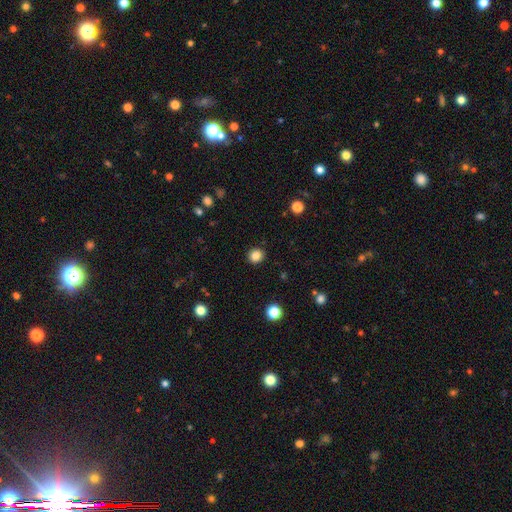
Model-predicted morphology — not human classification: smooth 85%, star or artifact 11%, featured or disk 4%. Down the decision tree: how rounded — round (87%); merging — none (92%).